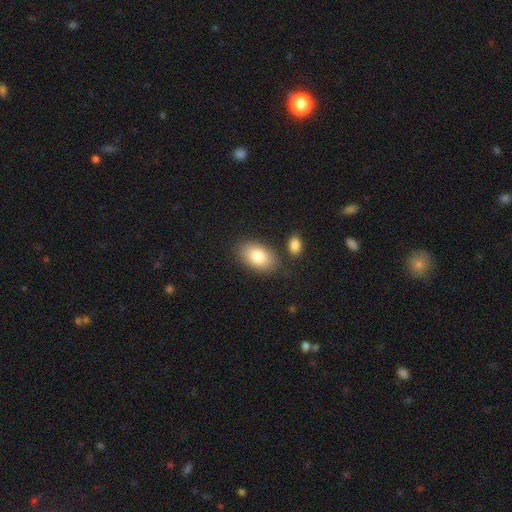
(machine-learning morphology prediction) smooth 83%, featured or disk 10%, star or artifact 7%. Down the decision tree: how rounded — in between (93%); merging — none (79%).